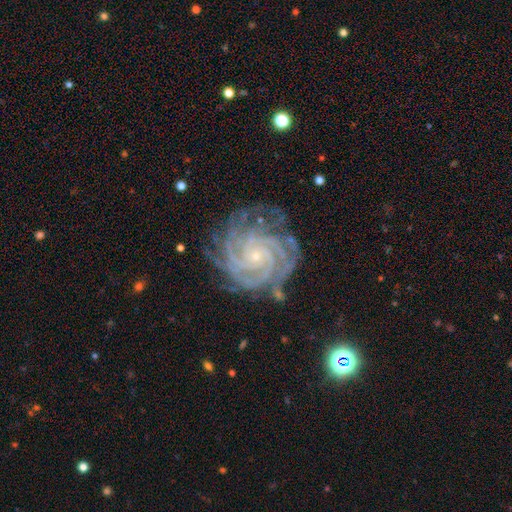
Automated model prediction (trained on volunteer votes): Morphology: type=featured or disk (92%); edge-on=no (98%); bar=no (72%); spiral arms=yes (99%); winding=tight (83%); arm count=4 (33%); bulge=small (87%); merging=none (73%).